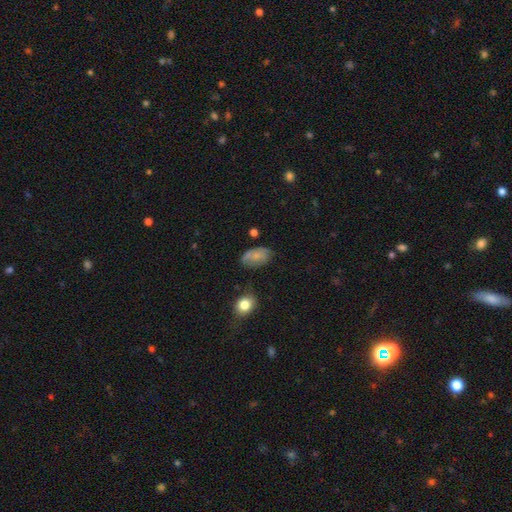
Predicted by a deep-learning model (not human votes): Smooth or featured? smooth (63%)
How rounded? in between (90%)
Merging? none (60%)